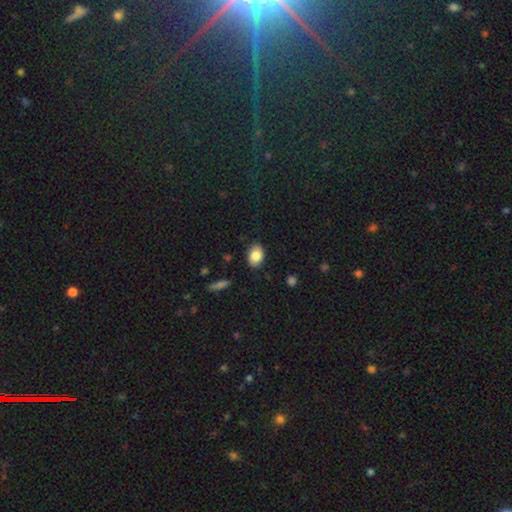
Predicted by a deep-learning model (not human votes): Overall: smooth (84%). How rounded: in between (83%). Merging: none (87%).